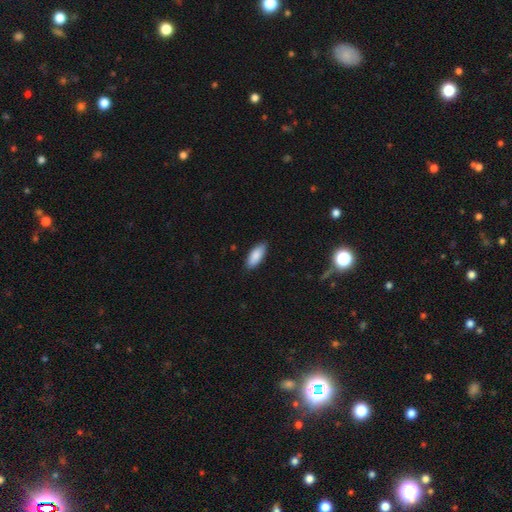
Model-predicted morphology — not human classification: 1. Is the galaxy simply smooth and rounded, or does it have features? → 88% smooth, 6% featured or disk, 6% star or artifact.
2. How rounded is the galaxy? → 81% in between, 17% cigar-shaped, 2% round.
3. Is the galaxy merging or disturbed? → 87% none, 10% minor disturbance, 2% major disturbance, 1% merger.